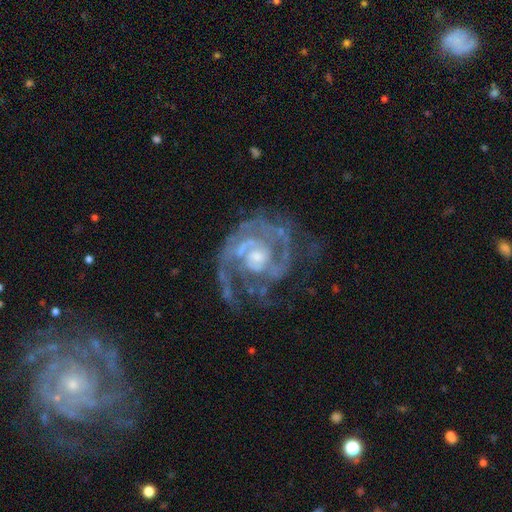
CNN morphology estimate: Smooth or featured?
  - featured or disk: 90% *
  - star or artifact: 5%
  - smooth: 4%
Edge-on disk?
  - no: 98% *
  - yes: 2%
Bar?
  - no: 64% *
  - weak: 28%
  - strong: 7%
Spiral arms?
  - yes: 96% *
  - no: 4%
Spiral winding?
  - tight: 51% *
  - medium: 39%
  - loose: 10%
Spiral arm count?
  - 2: 49% *
  - can't tell: 17%
  - 3: 16%
  - 1: 7%
  - 4: 6%
  - more than 4: 5%
Bulge size?
  - moderate: 52% *
  - small: 35%
  - large: 8%
  - none: 4%
  - dominant: 1%
Merging?
  - none: 60% *
  - major disturbance: 19%
  - minor disturbance: 19%
  - merger: 2%